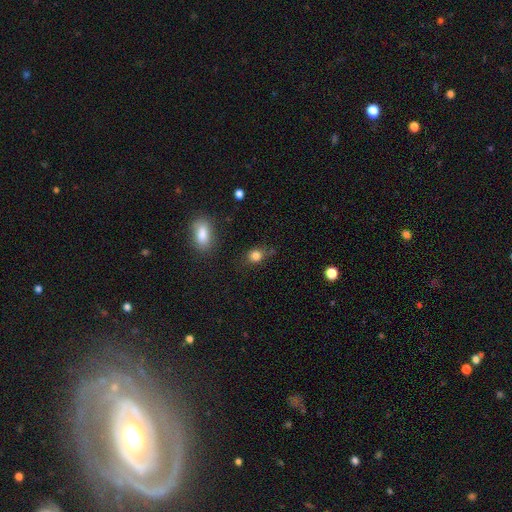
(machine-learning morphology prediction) A smooth galaxy with no disk features (82%) that is round (62%).

Vote fractions:
- Smooth or featured? smooth: 82% / star or artifact: 12% / featured or disk: 6%
- How rounded? round: 62% / in between: 36% / cigar-shaped: 2%
- Merging? none: 64% / minor disturbance: 24% / major disturbance: 8% / merger: 4%